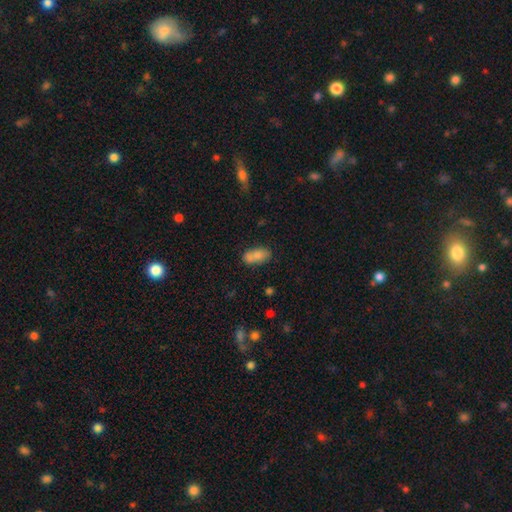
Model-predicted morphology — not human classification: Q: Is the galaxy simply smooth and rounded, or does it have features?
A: smooth — 79%.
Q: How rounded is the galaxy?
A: in between — 88%.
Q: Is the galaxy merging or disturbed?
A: none — 59%.